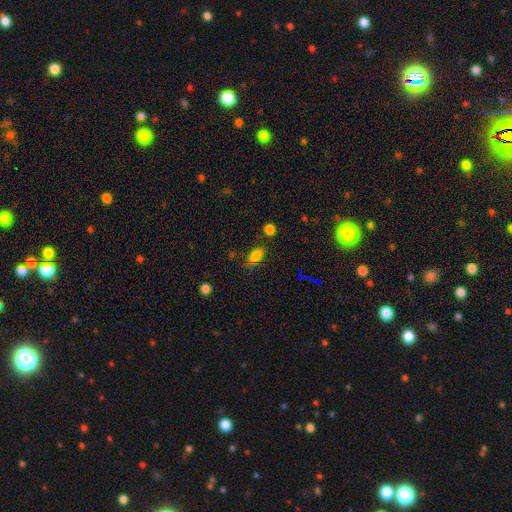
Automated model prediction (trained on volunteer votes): smooth 77%, star or artifact 14%, featured or disk 8%. Down the decision tree: how rounded — in between (88%); merging — none (63%).